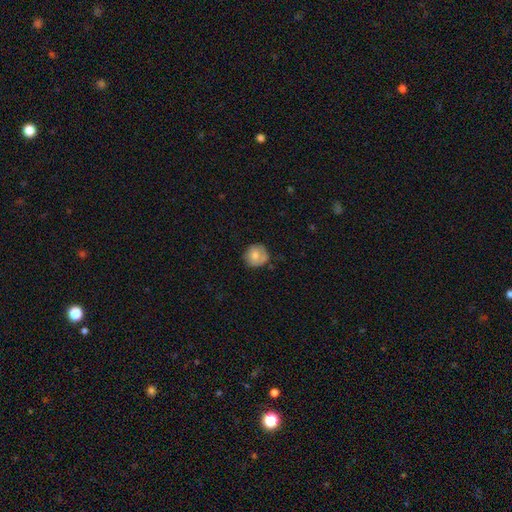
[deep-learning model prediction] Overall: smooth (74%). How rounded: round (86%). Merging: none (69%).